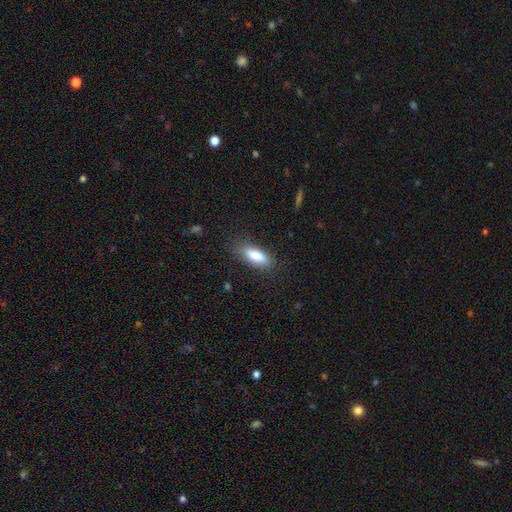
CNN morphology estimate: Smooth or featured?
  - smooth: 84% *
  - featured or disk: 9%
  - star or artifact: 7%
How rounded?
  - in between: 73% *
  - cigar-shaped: 25%
  - round: 2%
Merging?
  - none: 82% *
  - minor disturbance: 13%
  - major disturbance: 4%
  - merger: 1%